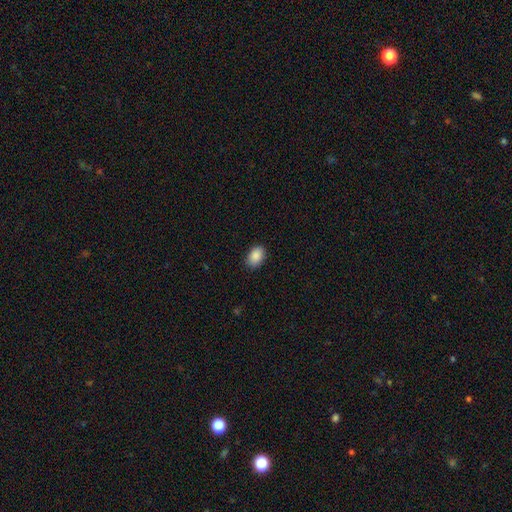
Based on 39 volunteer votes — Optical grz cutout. It shows a smooth galaxy with no disk features (90%) that is in between round and cigar-shaped (94%). Merging: none (92%).